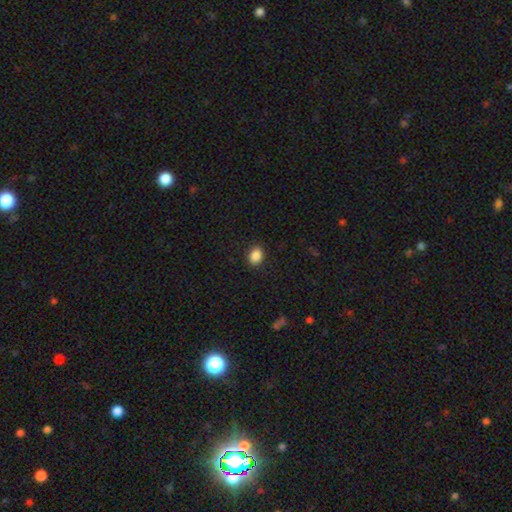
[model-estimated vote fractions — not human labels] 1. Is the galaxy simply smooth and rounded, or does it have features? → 88% smooth, 9% star or artifact, 3% featured or disk.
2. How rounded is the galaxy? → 64% in between, 35% round, 1% cigar-shaped.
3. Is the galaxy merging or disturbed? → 89% none, 8% minor disturbance, 2% major disturbance, 1% merger.